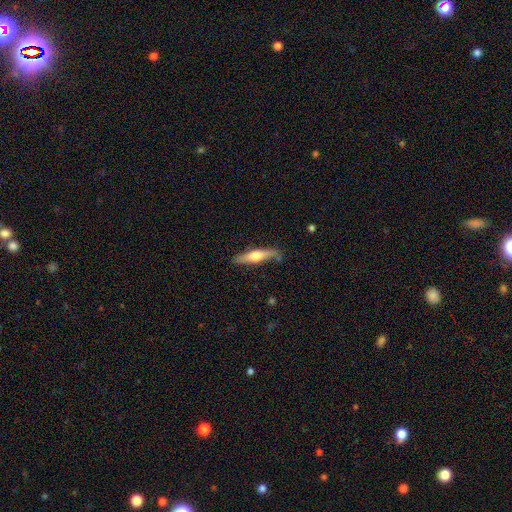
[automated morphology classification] Q: Smooth or featured?
A: featured or disk (51%); runner-up: smooth (44%)
Q: Edge-on disk?
A: yes (93%); runner-up: no (7%)
Q: Merging?
A: none (81%); runner-up: minor disturbance (14%)